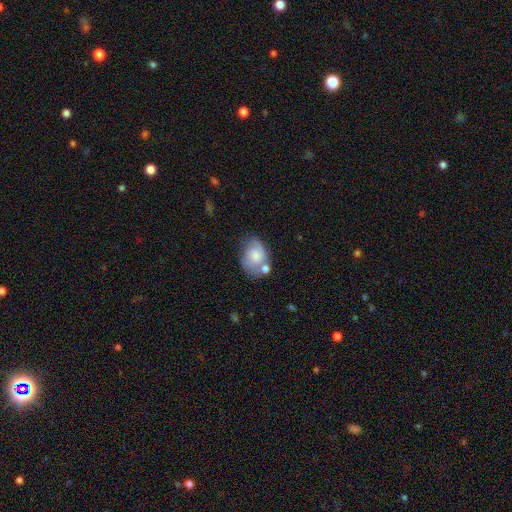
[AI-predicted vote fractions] Morphology: type=smooth (57%); roundness=in between (66%); merging=none (46%).